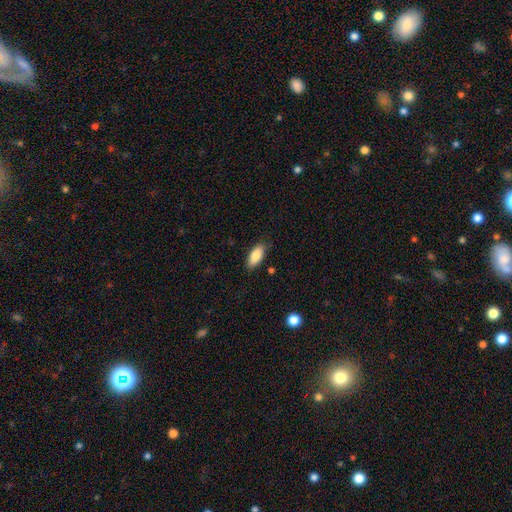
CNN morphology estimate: A smooth galaxy with no disk features (84%) that is in between round and cigar-shaped (86%).

Vote fractions:
- Smooth or featured? smooth: 84% / featured or disk: 9% / star or artifact: 7%
- How rounded? in between: 86% / cigar-shaped: 12% / round: 2%
- Merging? none: 85% / minor disturbance: 11% / major disturbance: 2% / merger: 1%